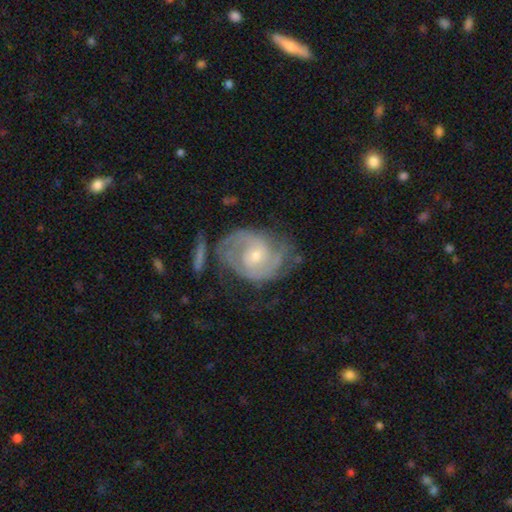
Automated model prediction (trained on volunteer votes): The model was most divided on "spiral winding": tight: 49%, medium: 38%, loose: 12%. More confident: edge-on disk — no (97%); spiral arms — yes (93%); smooth or featured — featured or disk (83%); bulge size — small (60%); bar — no (56%); merging — none (54%); spiral arm count — 2 (54%).